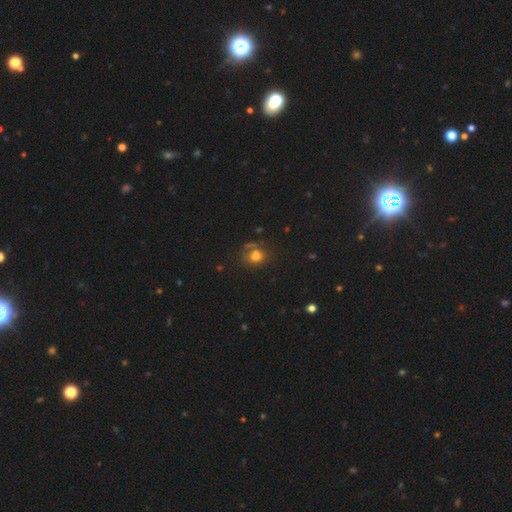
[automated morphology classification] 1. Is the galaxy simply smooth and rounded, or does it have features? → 74% smooth, 15% star or artifact, 11% featured or disk.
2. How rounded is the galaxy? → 69% round, 30% in between, 1% cigar-shaped.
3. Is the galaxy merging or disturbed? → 56% none, 20% minor disturbance, 13% merger, 11% major disturbance.